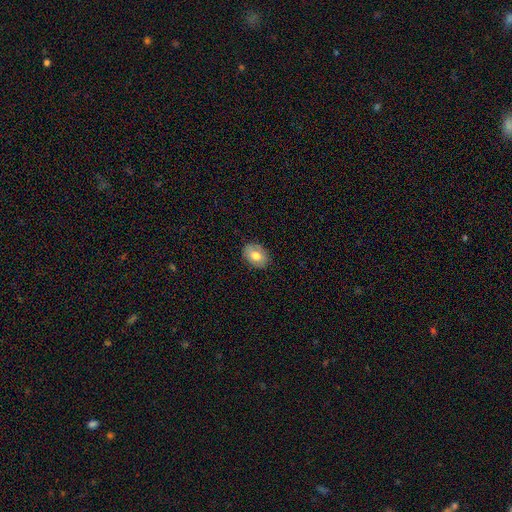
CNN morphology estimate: A smooth galaxy with no disk features (74%) that is in between round and cigar-shaped (68%). Merging: none (86%).